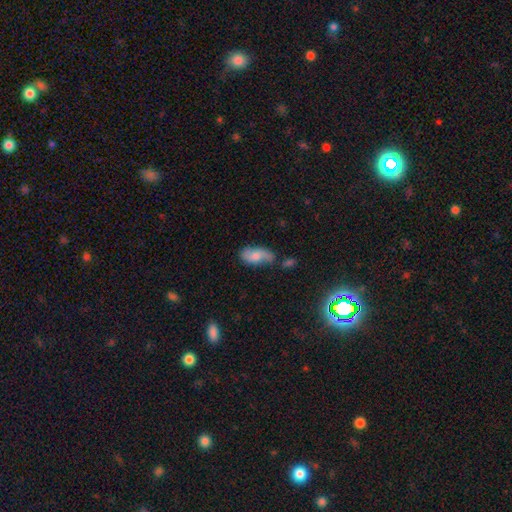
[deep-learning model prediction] A smooth galaxy with no disk features (61%) that is in between round and cigar-shaped (89%).

Vote fractions:
- Smooth or featured? smooth: 61% / featured or disk: 31% / star or artifact: 8%
- How rounded? in between: 89% / cigar-shaped: 8% / round: 3%
- Merging? none: 53% / minor disturbance: 29% / merger: 9% / major disturbance: 9%